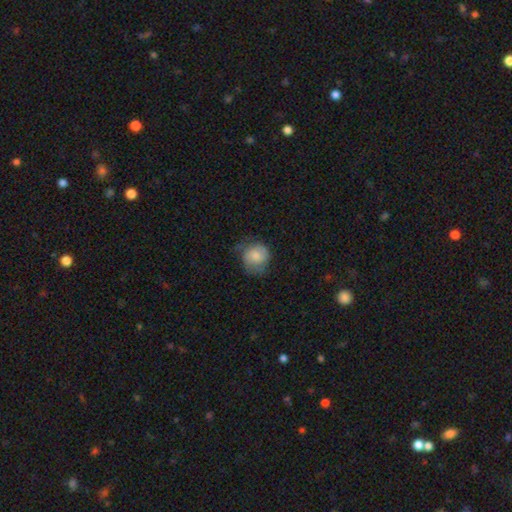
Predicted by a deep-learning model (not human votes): The model was most divided on "merging": none: 51%, minor disturbance: 33%, major disturbance: 15%, merger: 1%. More confident: how rounded — round (80%); smooth or featured — smooth (70%).